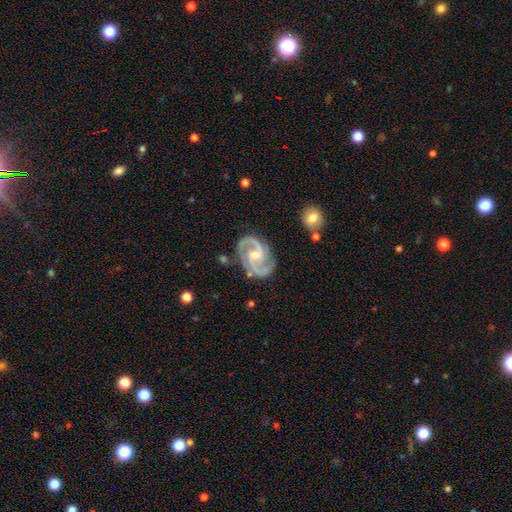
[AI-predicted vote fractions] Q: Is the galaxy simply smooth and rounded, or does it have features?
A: featured or disk — 93%.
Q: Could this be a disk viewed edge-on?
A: no — 98%.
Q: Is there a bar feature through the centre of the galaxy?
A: weak — 49%.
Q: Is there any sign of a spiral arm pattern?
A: yes — 99%.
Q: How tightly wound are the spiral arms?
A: medium — 63%.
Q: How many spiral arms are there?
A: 2 — 92%.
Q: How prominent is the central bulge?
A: small — 49%.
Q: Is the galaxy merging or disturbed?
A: none — 78%.